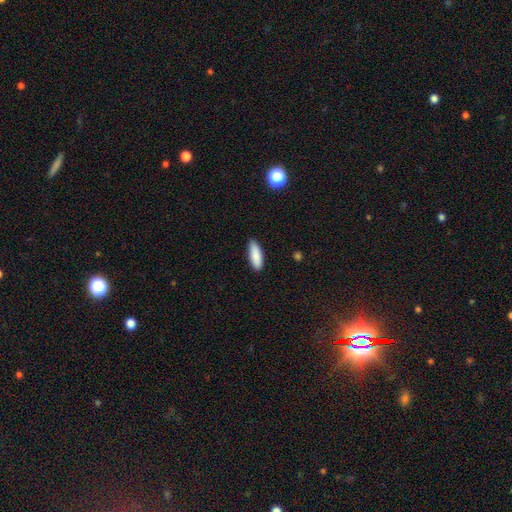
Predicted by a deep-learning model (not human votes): smooth-or-featured: smooth: 88% | featured or disk: 6% | star or artifact: 6%
  how-rounded: in between: 60% | cigar-shaped: 39% | round: 2%
  merging: none: 87% | minor disturbance: 10% | major disturbance: 2% | merger: 1%